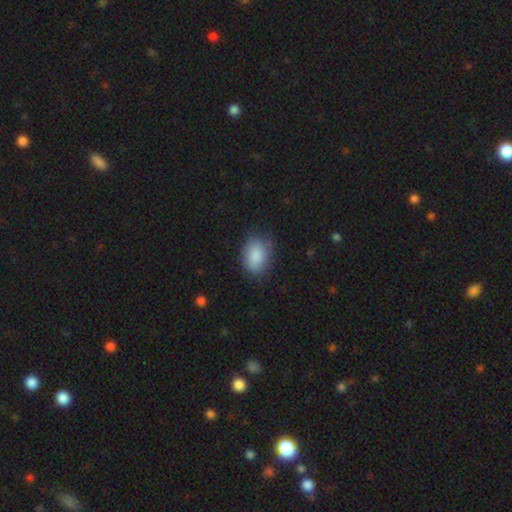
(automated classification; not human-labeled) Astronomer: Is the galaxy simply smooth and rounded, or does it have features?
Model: smooth — 88%.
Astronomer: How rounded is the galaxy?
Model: in between — 74%.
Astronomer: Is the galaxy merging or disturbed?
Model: none — 77%.